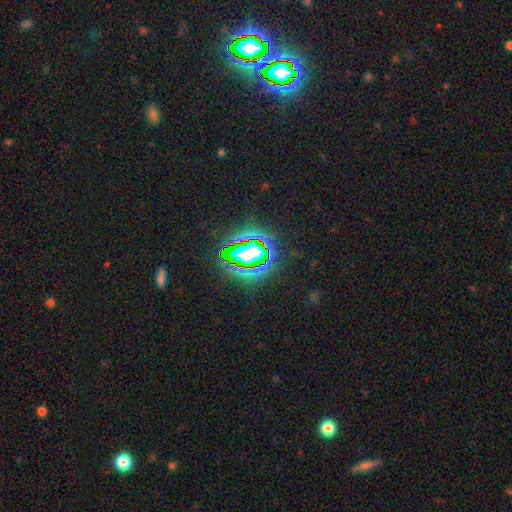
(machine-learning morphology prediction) Q: Smooth or featured?
A: star or artifact (81%); runner-up: smooth (11%)